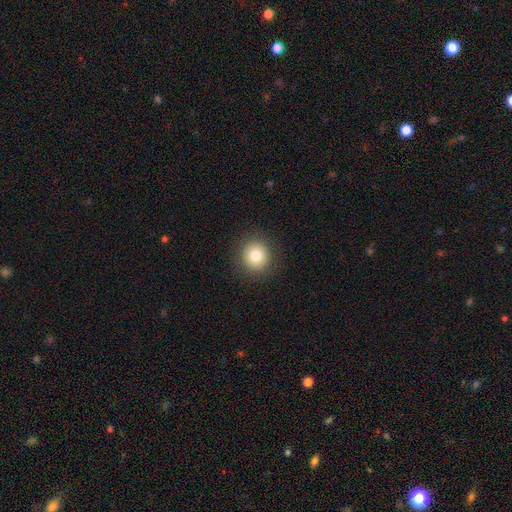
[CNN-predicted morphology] smooth_or_featured: smooth (p=0.81) [alt: star or artifact p=0.11]
how_rounded: round (p=0.92) [alt: in between p=0.07]
merging: none (p=0.90) [alt: minor disturbance p=0.06]